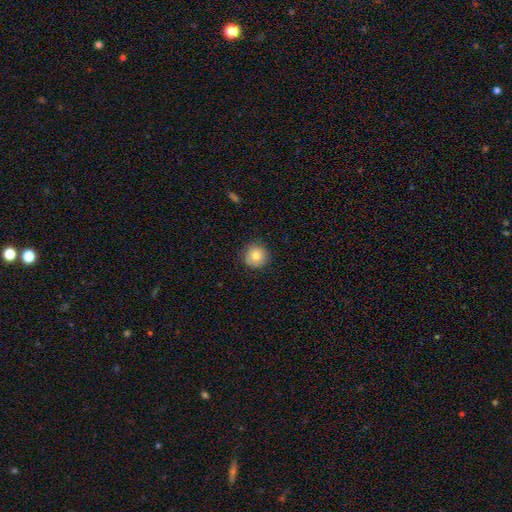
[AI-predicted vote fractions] Q: Smooth or featured?
A: smooth (82%); runner-up: star or artifact (9%)
Q: How rounded?
A: round (93%); runner-up: in between (6%)
Q: Merging?
A: none (86%); runner-up: minor disturbance (11%)